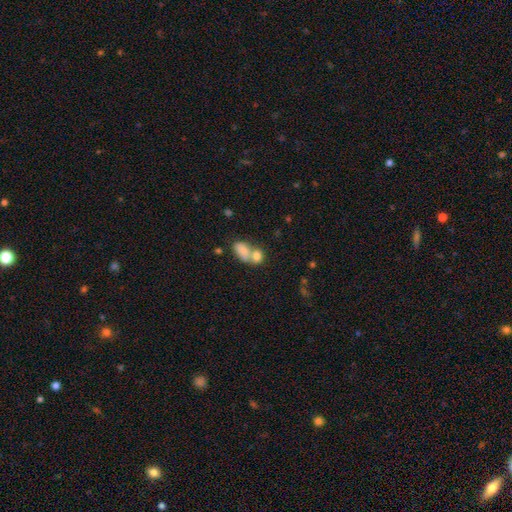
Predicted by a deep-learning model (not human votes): This is possibly a smooth galaxy (52%). How rounded: possibly in between (53%). Merging: marginally none (43%).